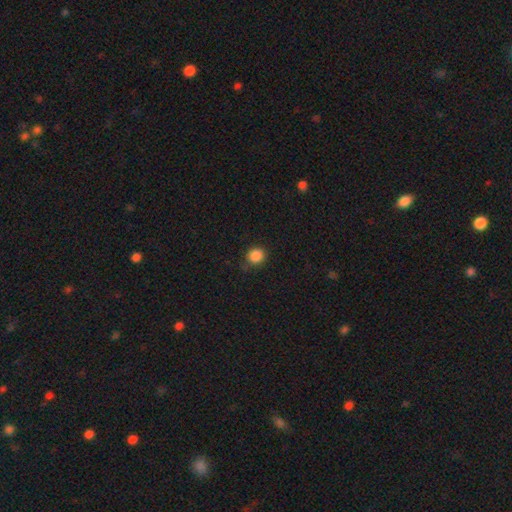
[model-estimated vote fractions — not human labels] This appears to be a smooth galaxy with no disk features (86%) that is round (86%). Merging: none (76%).